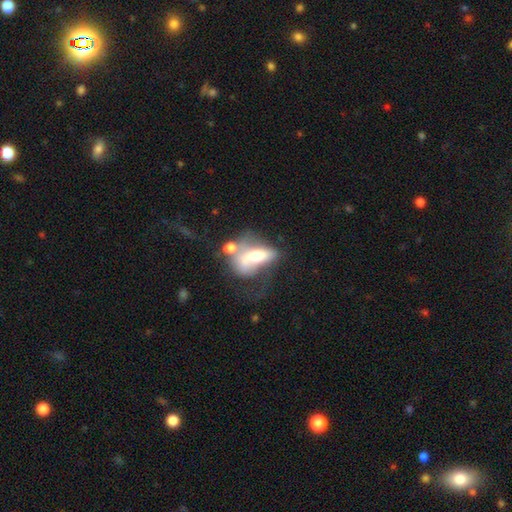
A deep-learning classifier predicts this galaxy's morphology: Q: Smooth or featured?
A: smooth (49%); runner-up: featured or disk (41%)
Q: Merging?
A: merger (37%); runner-up: major disturbance (33%)